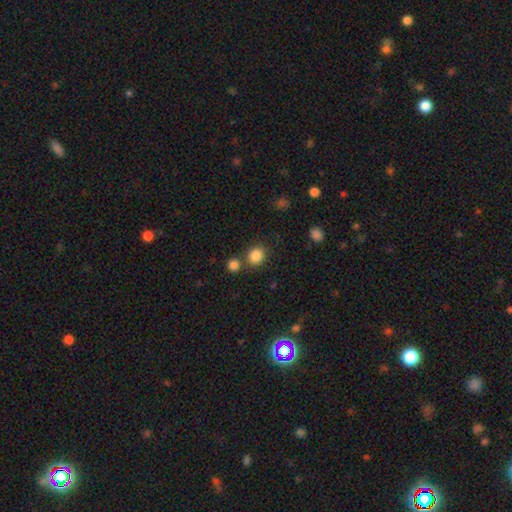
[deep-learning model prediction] Overall: smooth (86%). How rounded: round (76%). Merging: none (71%).